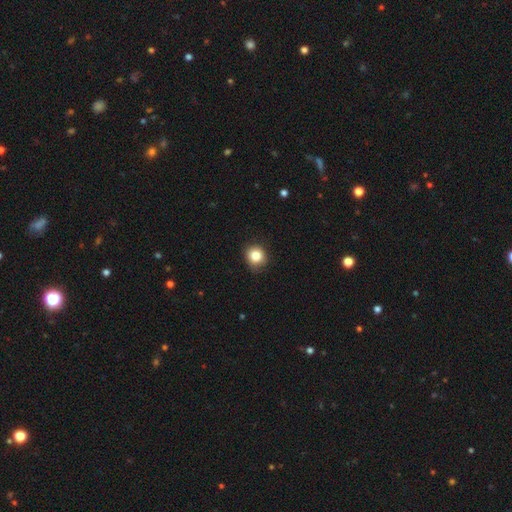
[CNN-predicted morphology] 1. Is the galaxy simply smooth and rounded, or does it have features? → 83% smooth, 11% star or artifact, 6% featured or disk.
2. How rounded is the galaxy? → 87% round, 12% in between, 1% cigar-shaped.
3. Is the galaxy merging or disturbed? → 83% none, 13% minor disturbance, 2% major disturbance, 1% merger.